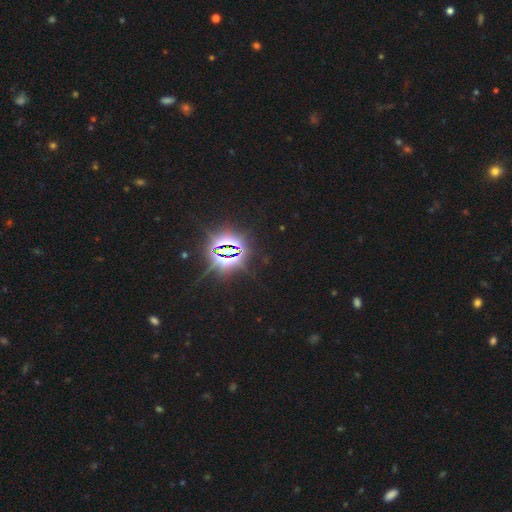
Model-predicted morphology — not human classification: smooth-or-featured: star or artifact: 86% | smooth: 8% | featured or disk: 5%